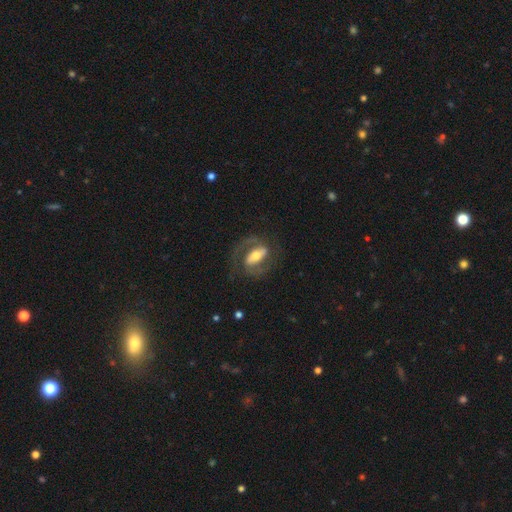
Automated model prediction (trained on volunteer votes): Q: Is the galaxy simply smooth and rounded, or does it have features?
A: featured or disk — 78%.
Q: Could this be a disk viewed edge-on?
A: no — 94%.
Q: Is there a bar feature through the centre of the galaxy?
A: strong — 56%.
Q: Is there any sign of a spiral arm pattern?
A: yes — 88%.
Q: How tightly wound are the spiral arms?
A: medium — 51%.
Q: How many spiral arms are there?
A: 2 — 84%.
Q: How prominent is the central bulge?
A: moderate — 56%.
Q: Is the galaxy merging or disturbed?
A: none — 68%.